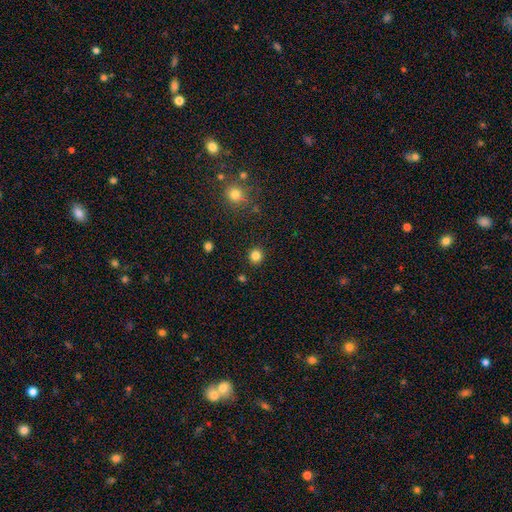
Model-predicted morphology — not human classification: type=smooth (83%); roundness=round (92%); merging=none (91%).